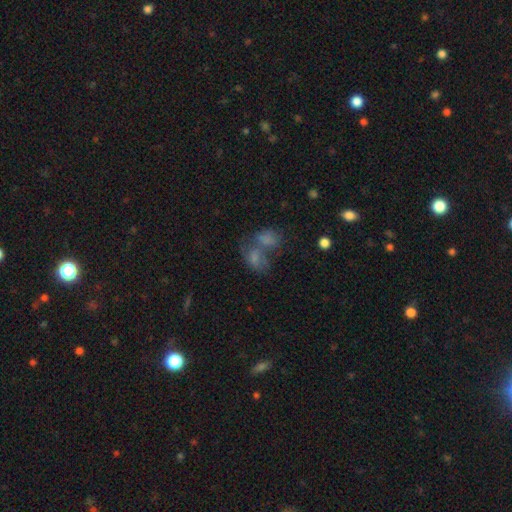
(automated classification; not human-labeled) smooth-or-featured: smooth: 63% | featured or disk: 22% | star or artifact: 15%
  how-rounded: in between: 76% | round: 22% | cigar-shaped: 2%
  merging: merger: 63% | none: 20% | minor disturbance: 9% | major disturbance: 8%